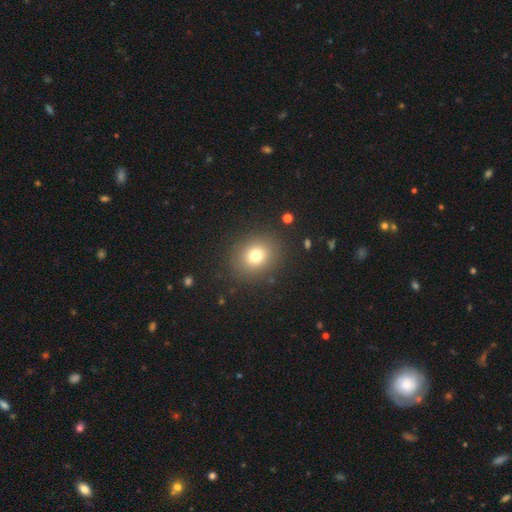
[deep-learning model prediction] A smooth galaxy with no disk features (76%) that is round (75%).

Vote fractions:
- Smooth or featured? smooth: 76% / star or artifact: 15% / featured or disk: 10%
- How rounded? round: 75% / in between: 25% / cigar-shaped: 1%
- Merging? none: 88% / minor disturbance: 7% / major disturbance: 3% / merger: 1%